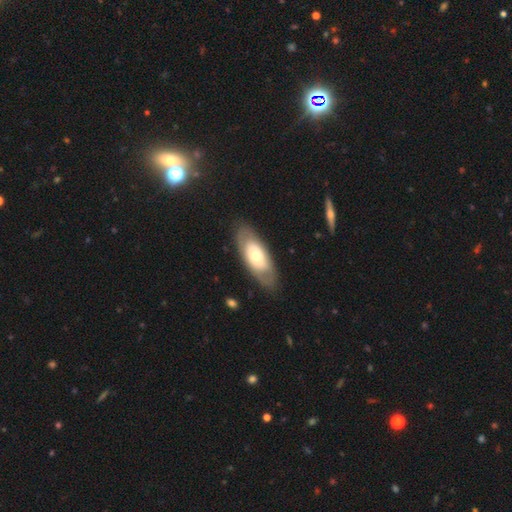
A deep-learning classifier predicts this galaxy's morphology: Smooth or featured? Predicted: featured or disk (p=0.48). Merging? Predicted: none (p=0.81).